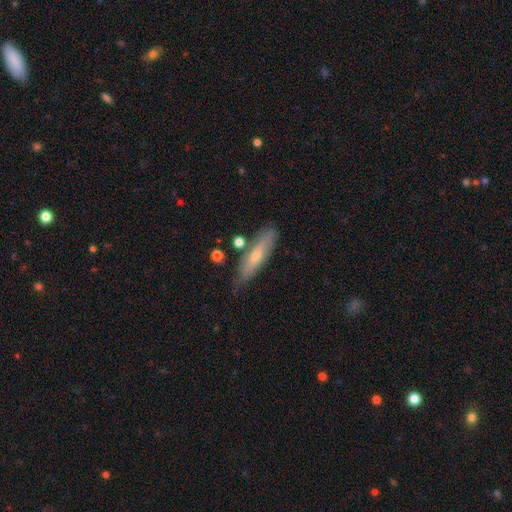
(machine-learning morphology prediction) This appears to be a smooth galaxy with no disk features (52%) that is cigar-shaped (74%). Merging: none (75%).